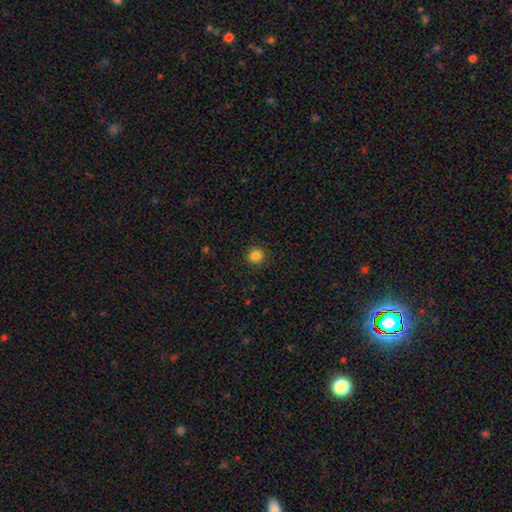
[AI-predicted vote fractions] Smooth or featured: smooth — 84% (star or artifact — 12%)
How rounded: round — 93% (in between — 6%)
Merging: none — 92% (minor disturbance — 6%)